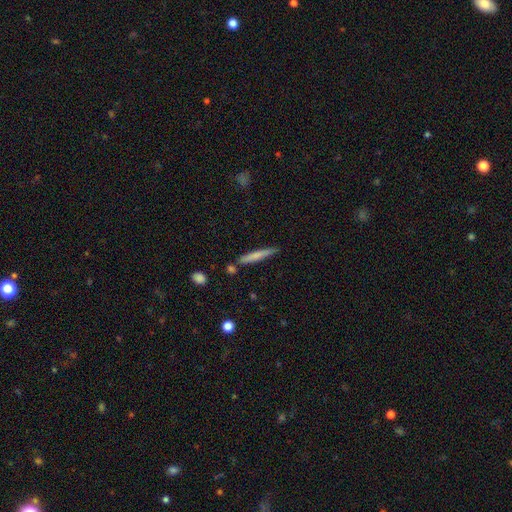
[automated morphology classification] smooth 67%, featured or disk 27%, star or artifact 6%. Down the decision tree: how rounded — cigar-shaped (94%); merging — none (80%).